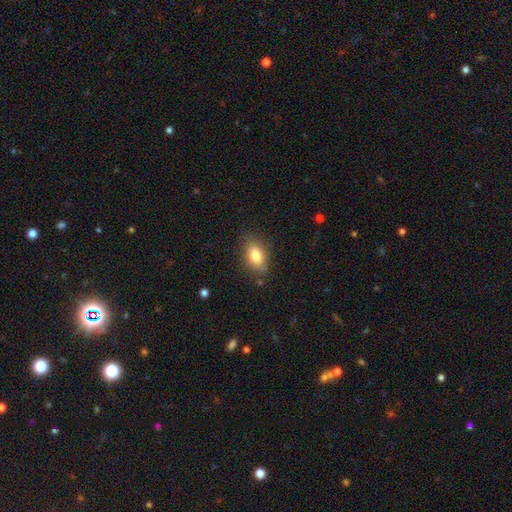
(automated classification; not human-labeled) Smooth or featured: smooth — 80% (featured or disk — 11%)
How rounded: in between — 85% (round — 12%)
Merging: none — 80% (minor disturbance — 15%)